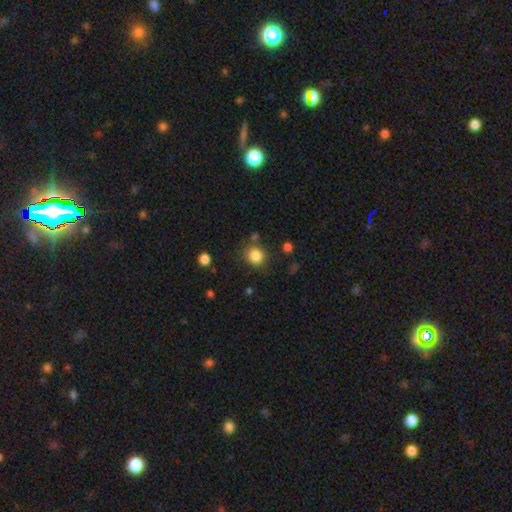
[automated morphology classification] type=smooth (84%); roundness=round (84%); merging=none (80%).